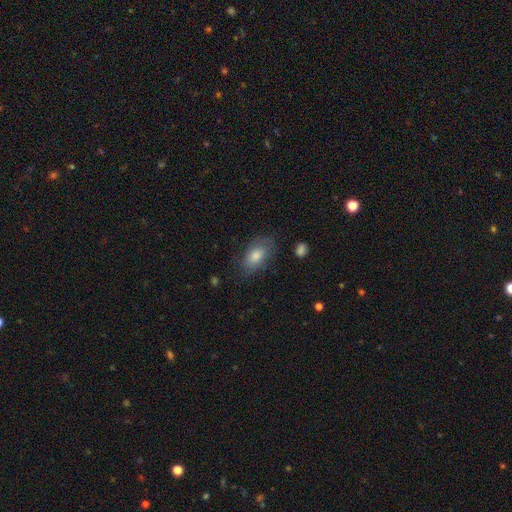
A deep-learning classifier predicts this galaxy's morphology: Q: Smooth or featured?
A: smooth (64%); runner-up: featured or disk (26%)
Q: How rounded?
A: in between (89%); runner-up: round (9%)
Q: Merging?
A: none (72%); runner-up: minor disturbance (19%)